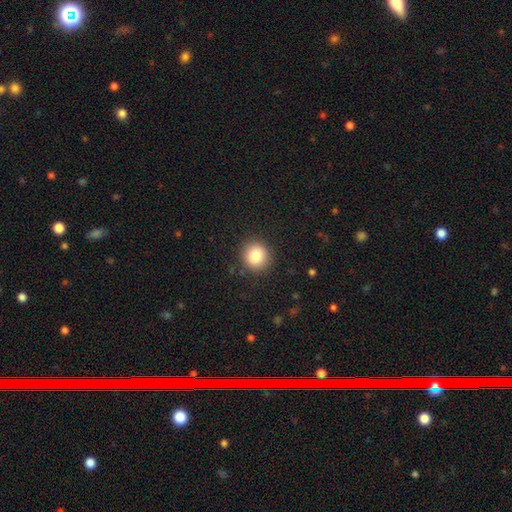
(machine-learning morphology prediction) Smooth or featured: smooth — 83% (star or artifact — 10%)
How rounded: round — 90% (in between — 9%)
Merging: none — 90% (minor disturbance — 7%)